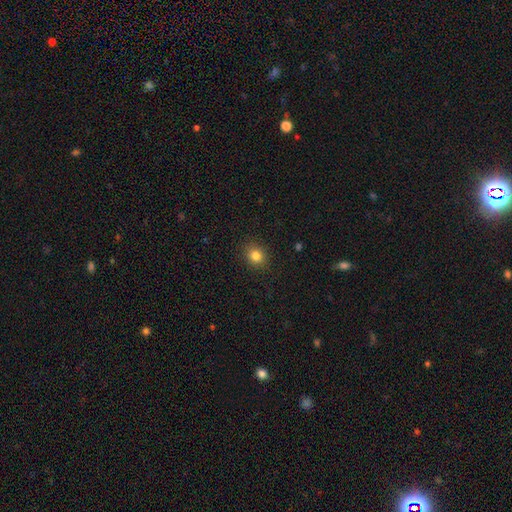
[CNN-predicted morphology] Smooth or featured?
  - smooth: 83% *
  - star or artifact: 12%
  - featured or disk: 5%
How rounded?
  - round: 72% *
  - in between: 27%
  - cigar-shaped: 1%
Merging?
  - none: 89% *
  - minor disturbance: 8%
  - major disturbance: 2%
  - merger: 1%